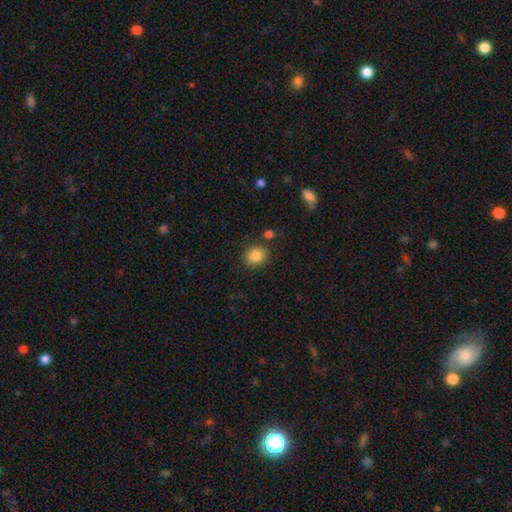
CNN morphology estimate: smooth-or-featured: smooth: 86% | star or artifact: 9% | featured or disk: 4%
  how-rounded: round: 80% | in between: 19% | cigar-shaped: 1%
  merging: none: 83% | minor disturbance: 9% | merger: 4% | major disturbance: 3%